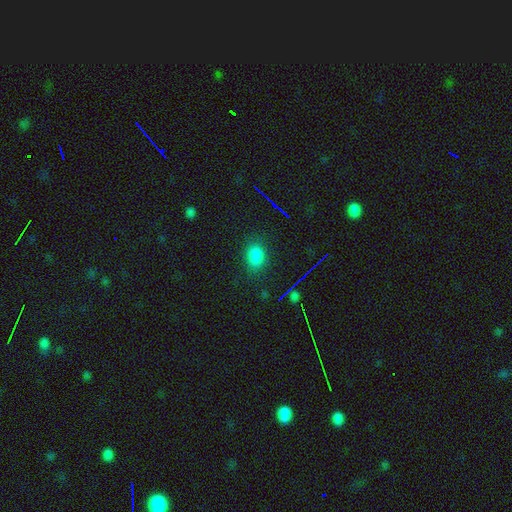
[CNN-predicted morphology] smooth 77%, star or artifact 18%, featured or disk 5%. Down the decision tree: how rounded — in between (71%); merging — none (82%).